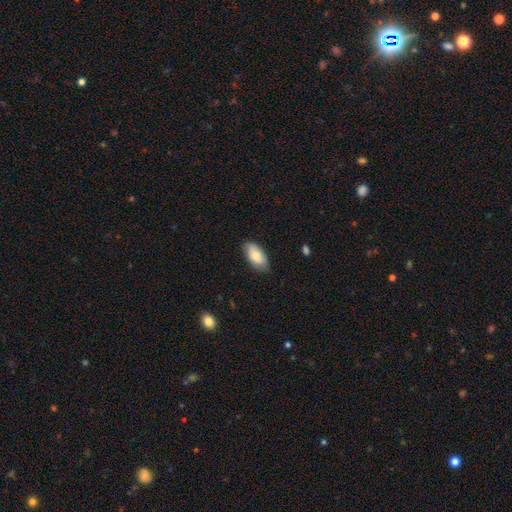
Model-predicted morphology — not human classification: A smooth galaxy with no disk features (74%) that is in between round and cigar-shaped (93%).

Vote fractions:
- Smooth or featured? smooth: 74% / featured or disk: 19% / star or artifact: 6%
- How rounded? in between: 93% / cigar-shaped: 4% / round: 3%
- Merging? none: 79% / minor disturbance: 17% / major disturbance: 3% / merger: 1%